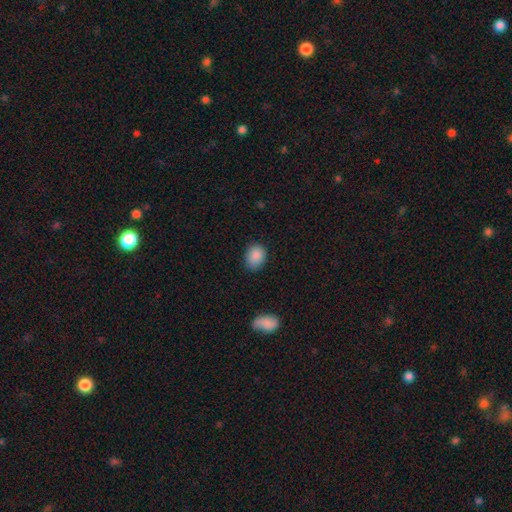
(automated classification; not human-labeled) Smooth or featured? Predicted: smooth (p=0.87). How rounded? Predicted: in between (p=0.57). Merging? Predicted: none (p=0.80).